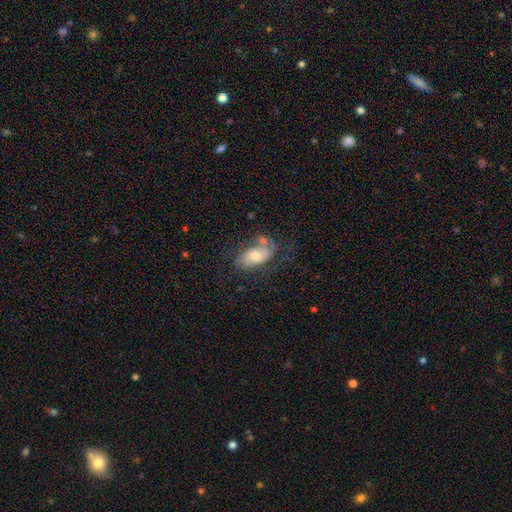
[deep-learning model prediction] The model was most divided on "spiral winding": medium: 43%, tight: 34%, loose: 22%. More confident: edge-on disk — no (95%); spiral arms — yes (88%); smooth or featured — featured or disk (71%); bar — no (65%); spiral arm count — 2 (63%); bulge size — moderate (63%); merging — none (53%).